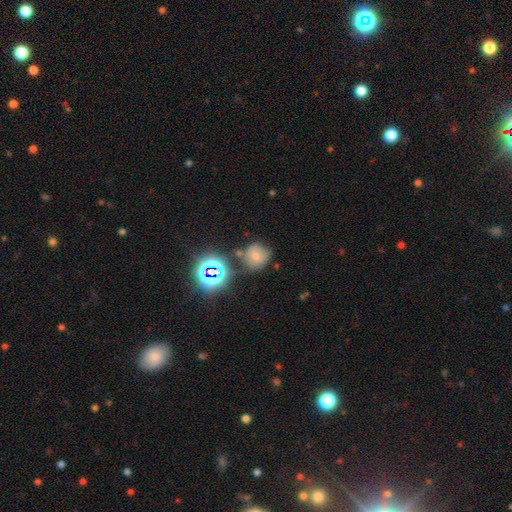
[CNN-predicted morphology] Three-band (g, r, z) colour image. It shows a smooth galaxy with no disk features (61%) that is round (85%). Merging: none (62%).